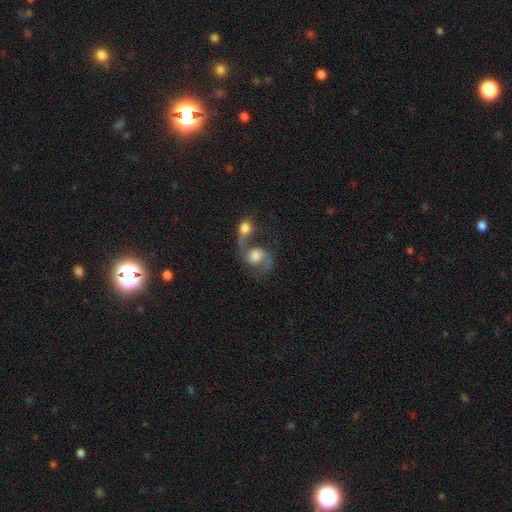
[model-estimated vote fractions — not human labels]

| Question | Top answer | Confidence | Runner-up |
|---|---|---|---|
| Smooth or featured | featured or disk | 69% | smooth (23%) |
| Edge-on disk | no | 97% | yes (3%) |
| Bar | no | 65% | weak (29%) |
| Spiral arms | yes | 90% | no (10%) |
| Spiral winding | loose | 55% | medium (36%) |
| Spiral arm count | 2 | 83% | 1 (10%) |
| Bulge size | large | 40% | moderate (32%) |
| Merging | merger | 63% | none (20%) |